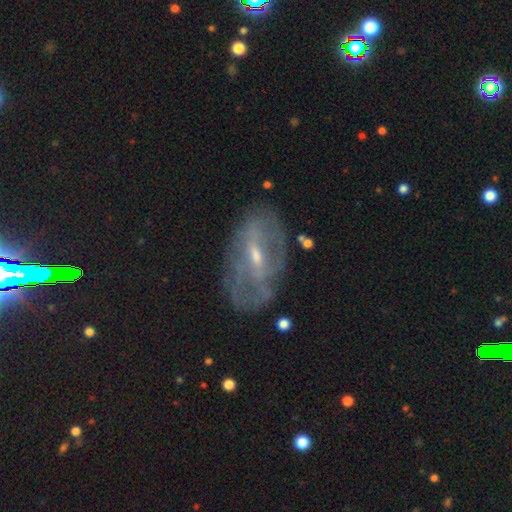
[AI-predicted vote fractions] A featured or disk galaxy (72%) with a weak bar (50%), spiral arms (58%) and a small central bulge (54%). Merging: none (62%).